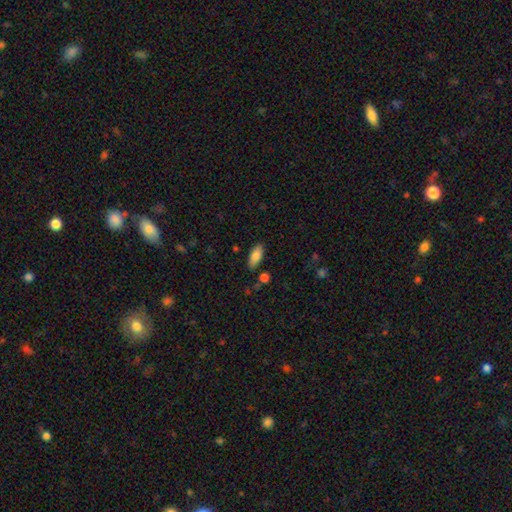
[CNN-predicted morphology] Q: Smooth or featured?
A: smooth (83%); runner-up: featured or disk (10%)
Q: How rounded?
A: in between (84%); runner-up: cigar-shaped (14%)
Q: Merging?
A: none (84%); runner-up: minor disturbance (10%)